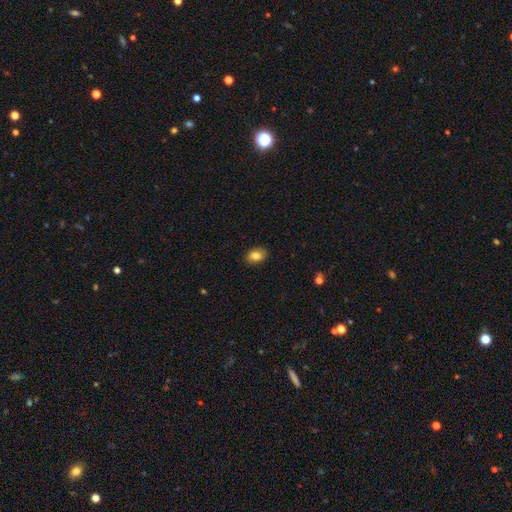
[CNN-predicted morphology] The model was most divided on "how rounded": in between: 75%, round: 23%, cigar-shaped: 1%. More confident: merging — none (85%); smooth or featured — smooth (80%).